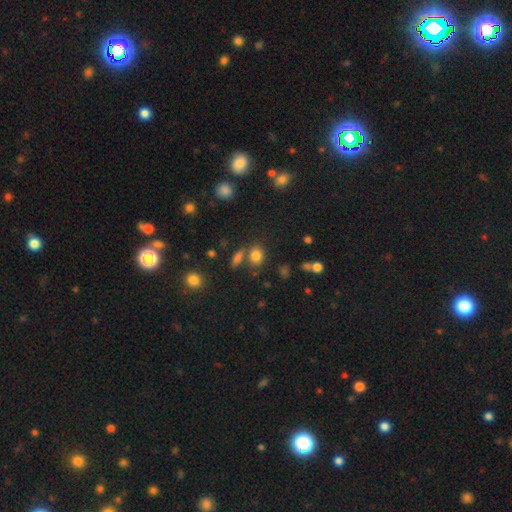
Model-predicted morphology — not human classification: type=smooth (79%); roundness=round (53%); merging=none (66%).